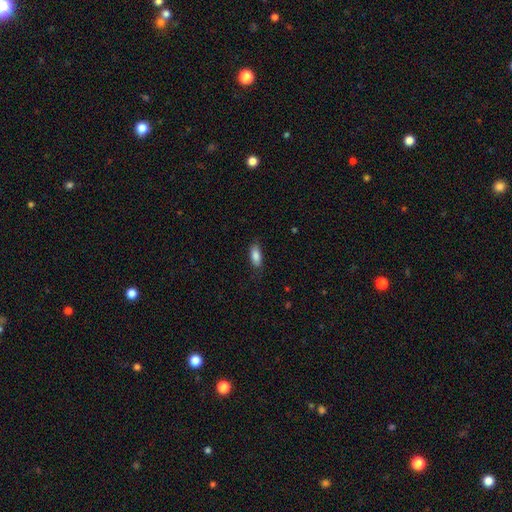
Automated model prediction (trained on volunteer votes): Smooth or featured: smooth — 85% (featured or disk — 8%)
How rounded: in between — 83% (cigar-shaped — 14%)
Merging: none — 79% (minor disturbance — 16%)